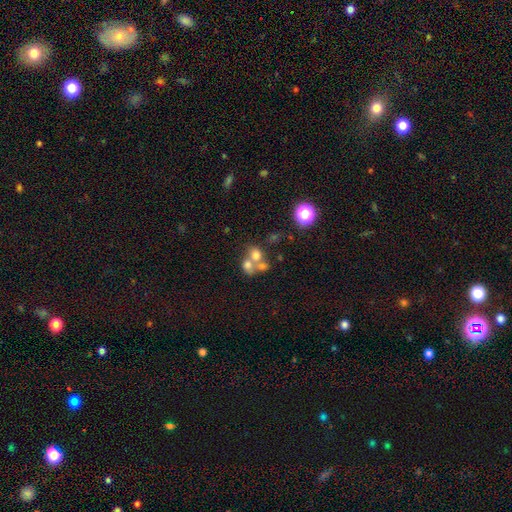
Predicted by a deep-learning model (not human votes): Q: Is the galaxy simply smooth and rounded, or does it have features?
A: smooth — 63%.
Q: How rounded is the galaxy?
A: round — 66%.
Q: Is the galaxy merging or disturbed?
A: merger — 59%.